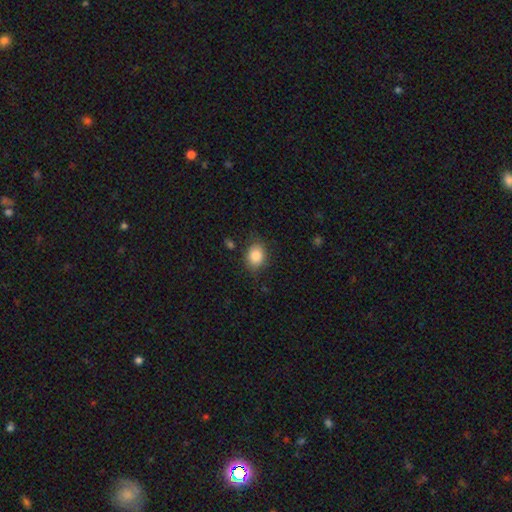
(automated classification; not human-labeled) The model was most divided on "how rounded": in between: 51%, round: 48%, cigar-shaped: 1%. More confident: smooth or featured — smooth (85%); merging — none (79%).